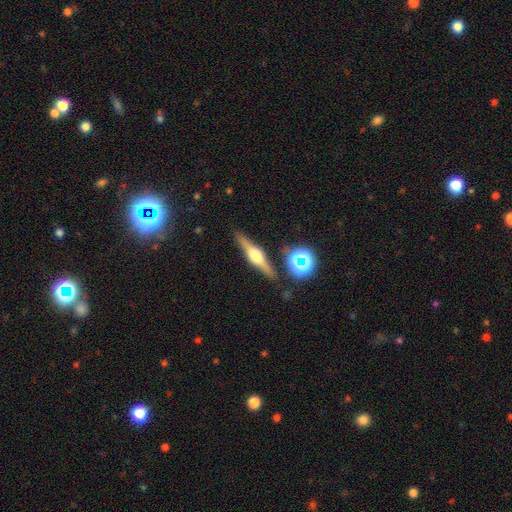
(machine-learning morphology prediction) type=featured or disk (78%); edge-on=yes (97%); edge-on bulge=rounded (94%); merging=none (88%).